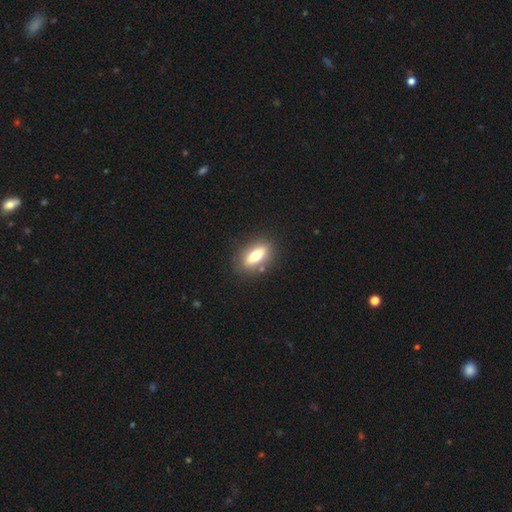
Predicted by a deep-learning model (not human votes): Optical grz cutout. It shows a smooth galaxy with no disk features (61%) that is in between round and cigar-shaped (71%). Merging: none (84%).